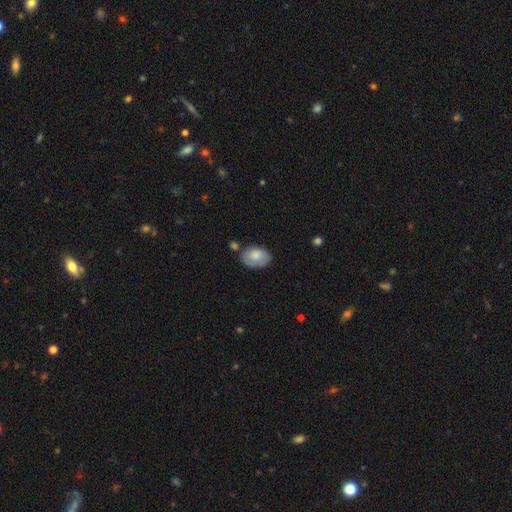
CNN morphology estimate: Smooth or featured?
  - smooth: 79% *
  - featured or disk: 15%
  - star or artifact: 6%
How rounded?
  - in between: 85% *
  - round: 14%
  - cigar-shaped: 1%
Merging?
  - none: 63% *
  - minor disturbance: 24%
  - merger: 7%
  - major disturbance: 6%